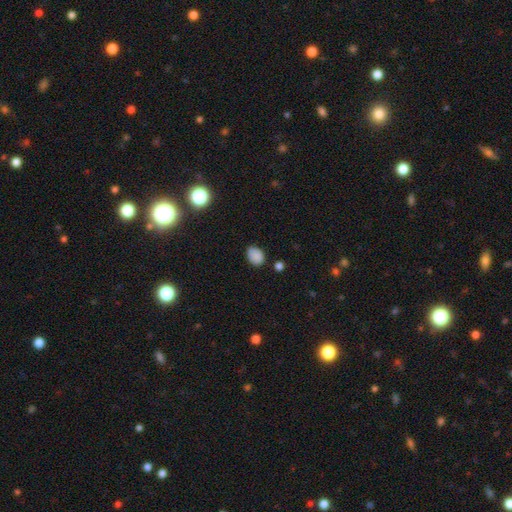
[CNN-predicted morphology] Smooth or featured?
  - smooth: 85% *
  - star or artifact: 11%
  - featured or disk: 4%
How rounded?
  - in between: 76% *
  - round: 23%
  - cigar-shaped: 1%
Merging?
  - none: 76% *
  - minor disturbance: 17%
  - major disturbance: 3%
  - merger: 3%